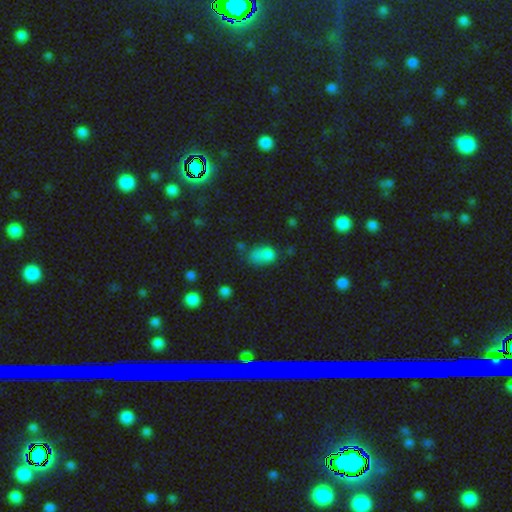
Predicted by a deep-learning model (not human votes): Q: Smooth or featured?
A: smooth (74%); runner-up: star or artifact (15%)
Q: How rounded?
A: in between (79%); runner-up: round (19%)
Q: Merging?
A: none (31%); runner-up: minor disturbance (26%)